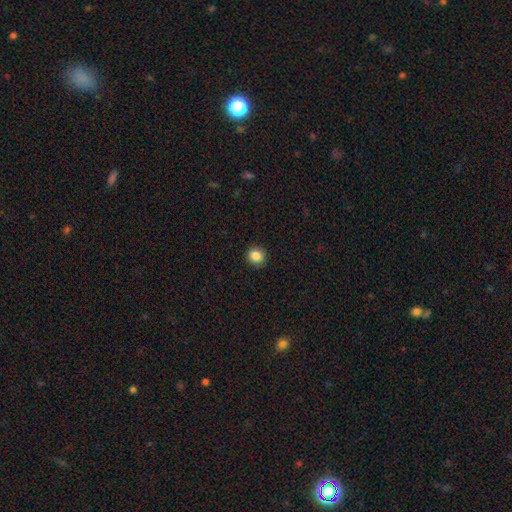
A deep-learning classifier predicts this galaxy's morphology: type=smooth (86%); roundness=round (87%); merging=none (91%).